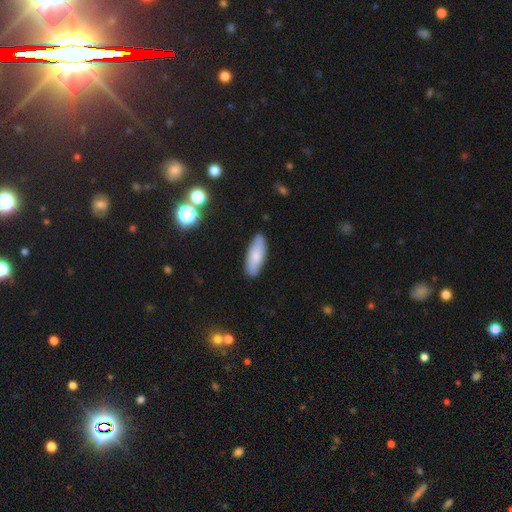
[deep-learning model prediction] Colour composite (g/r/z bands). It shows a smooth galaxy with no disk features (77%) that is in between round and cigar-shaped (65%). Merging: none (87%).